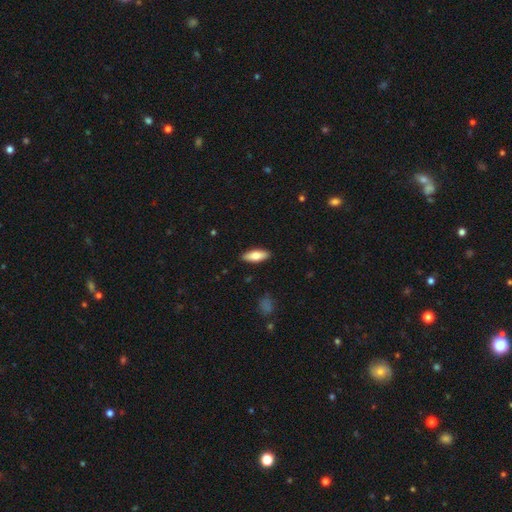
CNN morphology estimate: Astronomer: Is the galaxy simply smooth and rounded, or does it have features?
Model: smooth — 73%.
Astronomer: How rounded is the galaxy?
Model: in between — 69%.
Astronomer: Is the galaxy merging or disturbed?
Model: none — 89%.